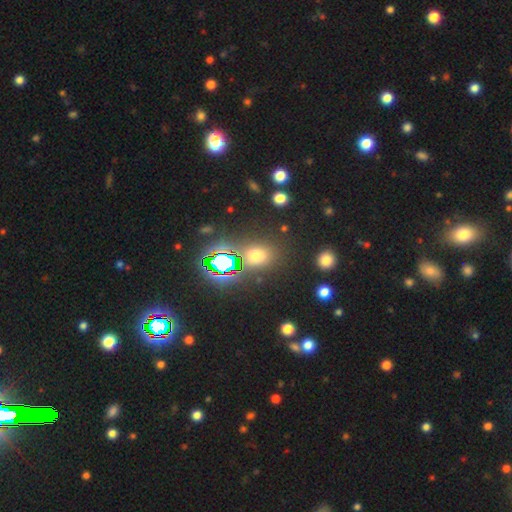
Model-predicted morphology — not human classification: A smooth galaxy with no disk features (55%) that is in between round and cigar-shaped (55%).

Vote fractions:
- Smooth or featured? smooth: 55% / star or artifact: 36% / featured or disk: 9%
- How rounded? in between: 55% / round: 42% / cigar-shaped: 3%
- Merging? none: 78% / minor disturbance: 11% / merger: 6% / major disturbance: 5%